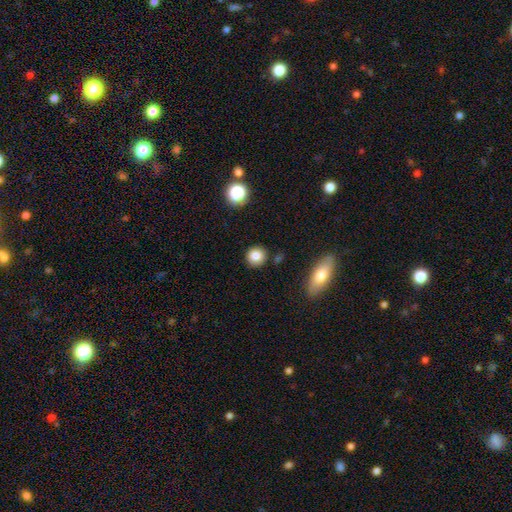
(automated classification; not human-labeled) smooth_or_featured: smooth (p=0.83) [alt: star or artifact p=0.10]
how_rounded: round (p=0.89) [alt: in between p=0.10]
merging: none (p=0.88) [alt: minor disturbance p=0.07]